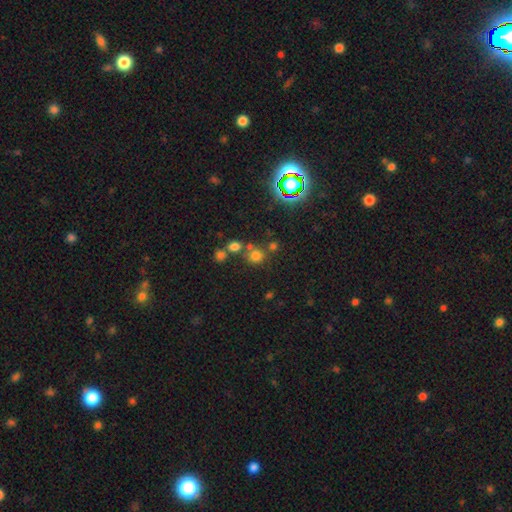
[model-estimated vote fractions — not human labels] Morphology: type=smooth (67%); roundness=round (88%); merging=none (66%).